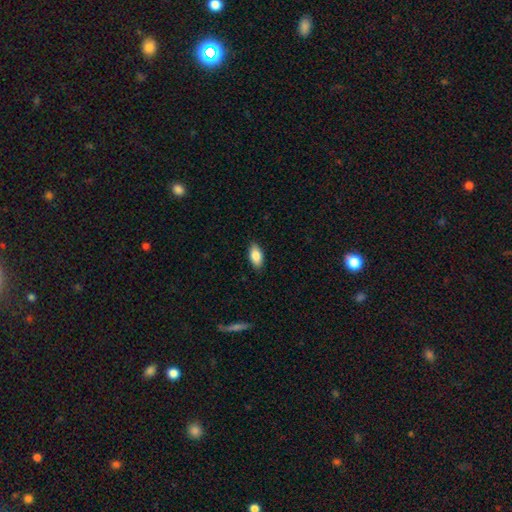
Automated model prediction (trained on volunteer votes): Overall: smooth (85%). How rounded: in between (92%). Merging: none (88%).